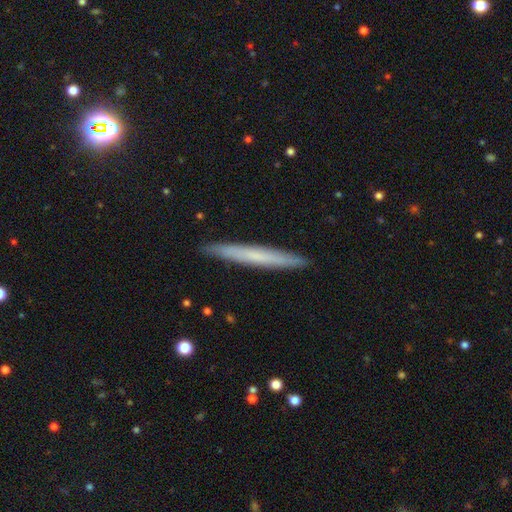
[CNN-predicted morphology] type=smooth (54%); roundness=cigar-shaped (97%); merging=none (91%).